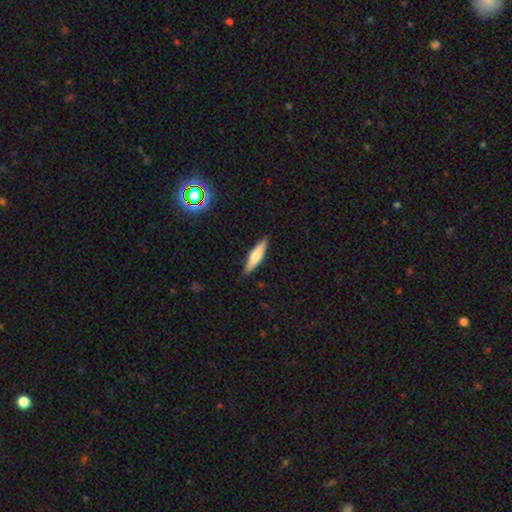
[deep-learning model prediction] Q: Smooth or featured?
A: smooth (63%); runner-up: featured or disk (31%)
Q: How rounded?
A: cigar-shaped (75%); runner-up: in between (23%)
Q: Merging?
A: none (89%); runner-up: minor disturbance (9%)